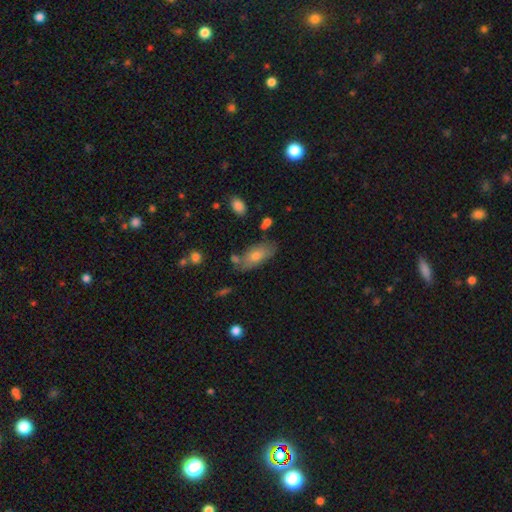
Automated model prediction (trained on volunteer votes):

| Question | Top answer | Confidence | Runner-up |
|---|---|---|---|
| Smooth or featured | smooth | 68% | featured or disk (24%) |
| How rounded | in between | 85% | cigar-shaped (12%) |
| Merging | none | 68% | minor disturbance (20%) |